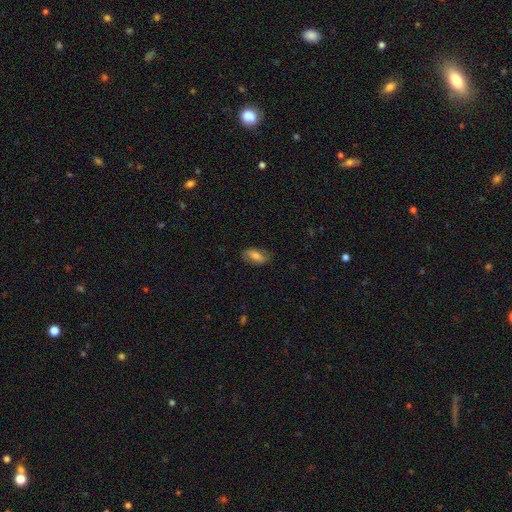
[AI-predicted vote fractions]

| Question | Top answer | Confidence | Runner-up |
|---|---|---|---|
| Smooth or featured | smooth | 63% | featured or disk (30%) |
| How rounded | in between | 88% | cigar-shaped (7%) |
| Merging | none | 79% | minor disturbance (16%) |